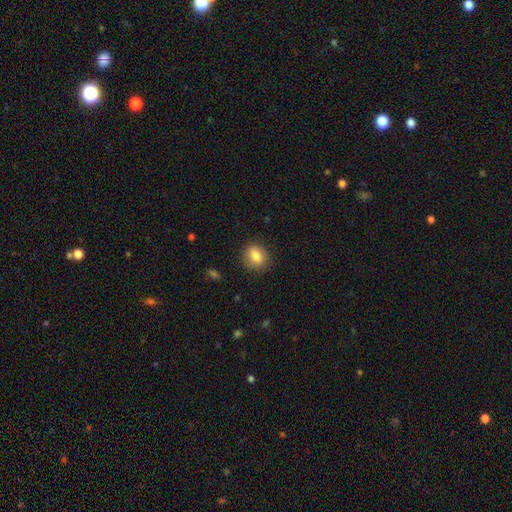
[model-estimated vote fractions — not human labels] smooth-or-featured: smooth: 81% | featured or disk: 10% | star or artifact: 8%
  how-rounded: round: 55% | in between: 43% | cigar-shaped: 1%
  merging: none: 86% | minor disturbance: 10% | major disturbance: 3% | merger: 1%